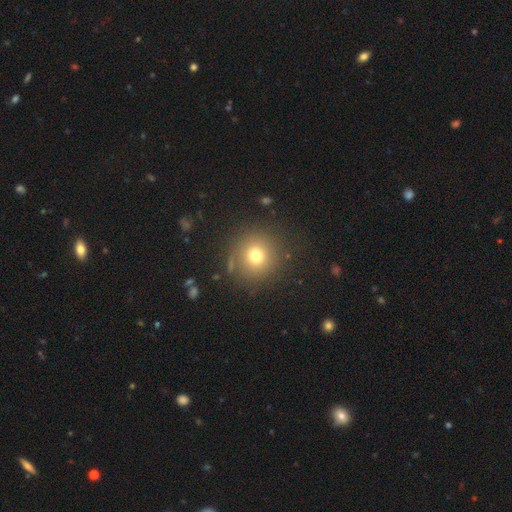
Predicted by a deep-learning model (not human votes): Morphology: type=smooth (73%); roundness=round (93%); merging=none (85%).